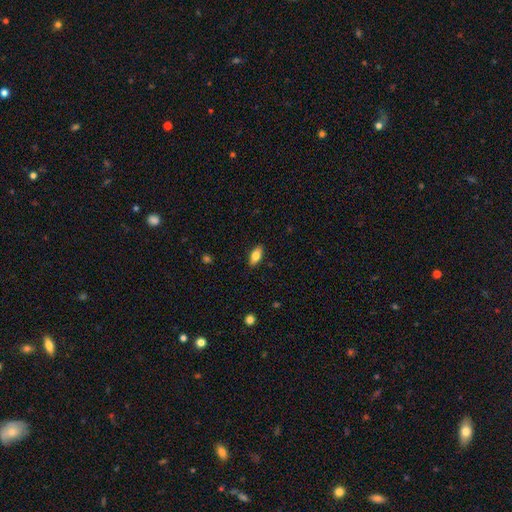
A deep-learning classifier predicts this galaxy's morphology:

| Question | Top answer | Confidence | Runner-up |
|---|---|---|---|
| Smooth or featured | smooth | 79% | featured or disk (14%) |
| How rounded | in between | 86% | cigar-shaped (11%) |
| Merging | none | 88% | minor disturbance (9%) |